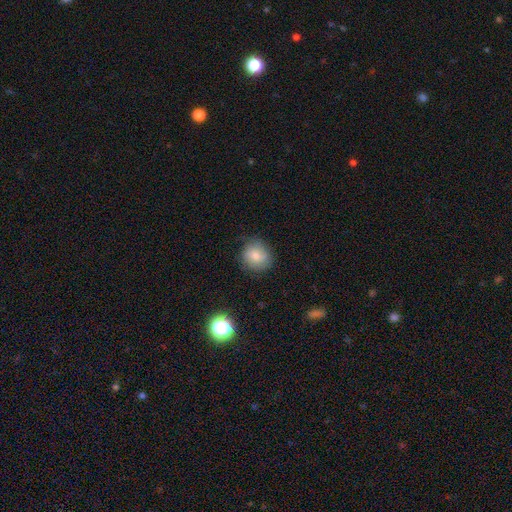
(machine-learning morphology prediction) Smooth or featured? Predicted: smooth (p=0.79). How rounded? Predicted: round (p=0.80). Merging? Predicted: none (p=0.77).